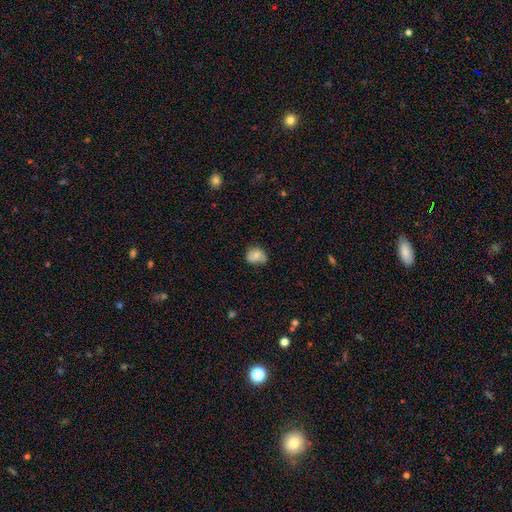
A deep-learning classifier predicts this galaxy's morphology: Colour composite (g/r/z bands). It shows a smooth galaxy with no disk features (70%) that is round (57%). Merging: none (55%).